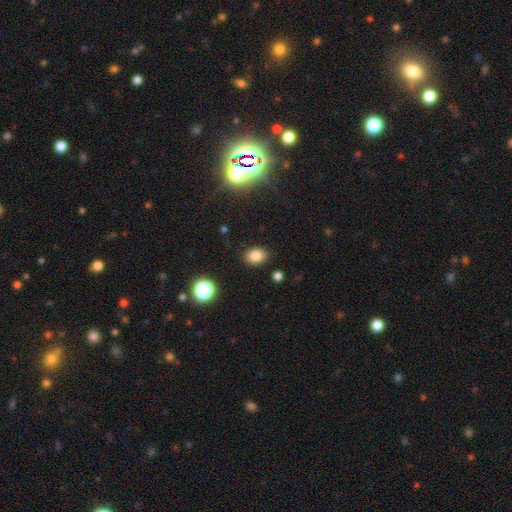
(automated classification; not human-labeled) Q: Smooth or featured?
A: smooth (82%); runner-up: star or artifact (12%)
Q: How rounded?
A: in between (68%); runner-up: round (31%)
Q: Merging?
A: none (87%); runner-up: minor disturbance (9%)